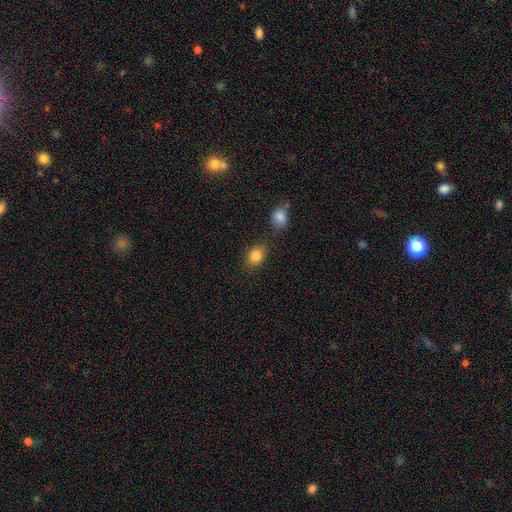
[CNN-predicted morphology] smooth 84%, star or artifact 9%, featured or disk 6%. Down the decision tree: how rounded — in between (67%); merging — none (72%).